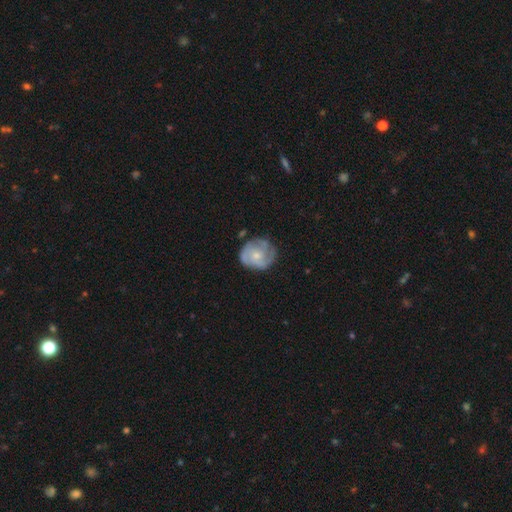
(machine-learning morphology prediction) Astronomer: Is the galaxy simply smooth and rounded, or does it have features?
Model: featured or disk — 61%.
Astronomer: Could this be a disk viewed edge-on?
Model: no — 98%.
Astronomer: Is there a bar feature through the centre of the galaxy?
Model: no — 80%.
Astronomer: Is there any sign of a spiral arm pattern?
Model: yes — 80%.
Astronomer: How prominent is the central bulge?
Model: small — 52% (runner-up: moderate, 39%).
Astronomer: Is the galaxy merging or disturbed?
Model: none — 68%.